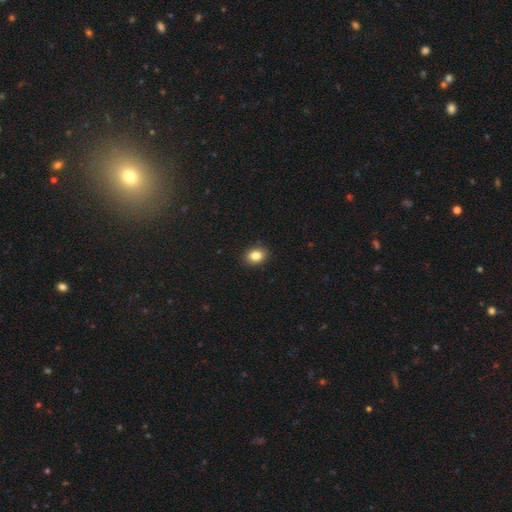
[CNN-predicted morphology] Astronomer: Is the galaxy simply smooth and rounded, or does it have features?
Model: smooth — 85%.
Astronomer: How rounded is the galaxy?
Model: in between — 64%.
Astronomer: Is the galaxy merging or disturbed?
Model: none — 89%.